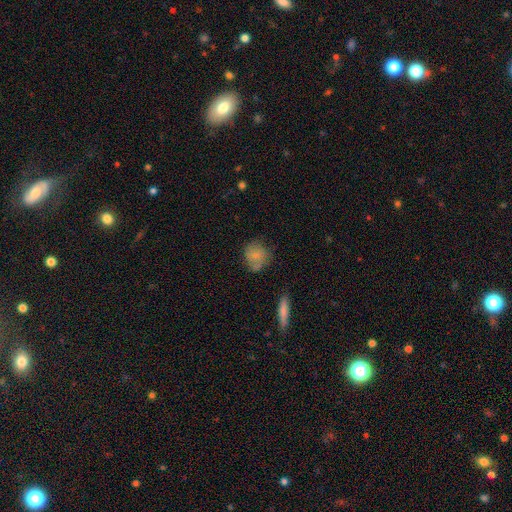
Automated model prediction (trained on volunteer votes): A smooth galaxy with no disk features (75%) that is round (77%). Merging: none (64%).